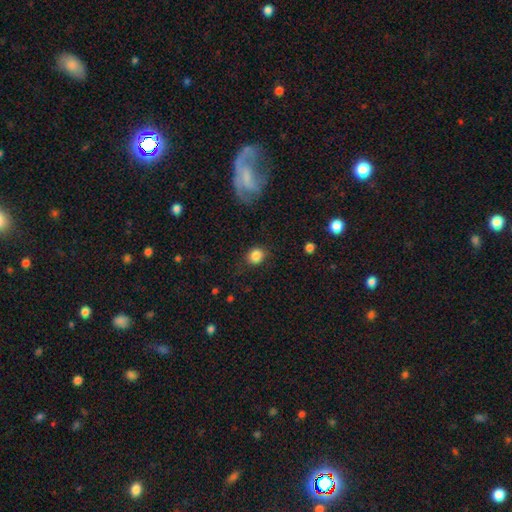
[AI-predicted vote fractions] Smooth or featured? Predicted: smooth (p=0.85). How rounded? Predicted: round (p=0.78). Merging? Predicted: none (p=0.80).